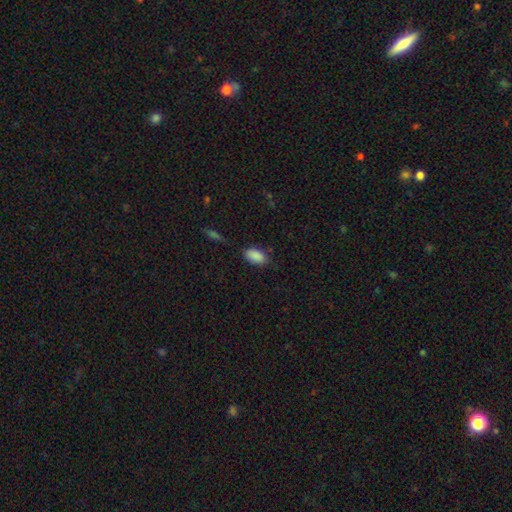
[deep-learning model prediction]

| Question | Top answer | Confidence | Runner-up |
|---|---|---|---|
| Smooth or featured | smooth | 88% | star or artifact (8%) |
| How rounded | in between | 93% | round (4%) |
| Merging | none | 78% | minor disturbance (17%) |